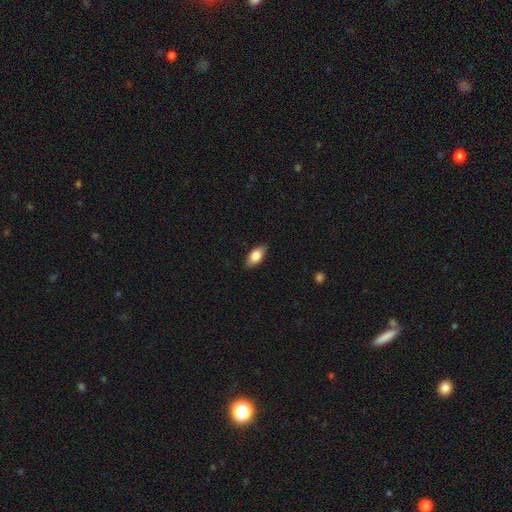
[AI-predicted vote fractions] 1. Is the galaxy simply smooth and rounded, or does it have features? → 79% smooth, 15% featured or disk, 7% star or artifact.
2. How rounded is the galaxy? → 89% in between, 7% cigar-shaped, 3% round.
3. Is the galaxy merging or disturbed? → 86% none, 11% minor disturbance, 2% major disturbance, 1% merger.